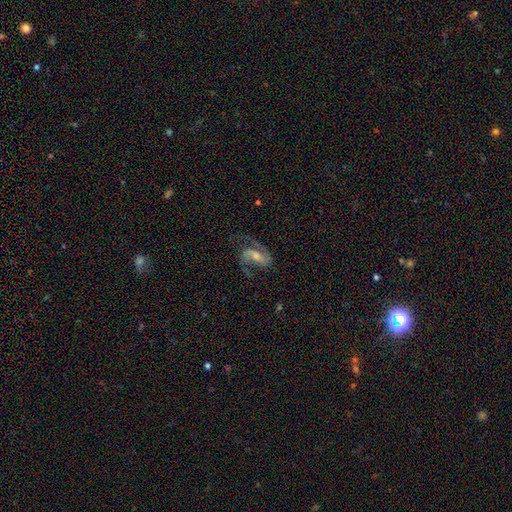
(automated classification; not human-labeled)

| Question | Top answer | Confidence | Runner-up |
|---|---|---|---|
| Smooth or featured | featured or disk | 83% | smooth (11%) |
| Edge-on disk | no | 97% | yes (3%) |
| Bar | weak | 45% | no (29%) |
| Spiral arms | yes | 95% | no (5%) |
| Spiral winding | medium | 48% | loose (40%) |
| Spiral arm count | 2 | 87% | 1 (7%) |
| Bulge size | moderate | 44% | small (39%) |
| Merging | none | 60% | major disturbance (20%) |